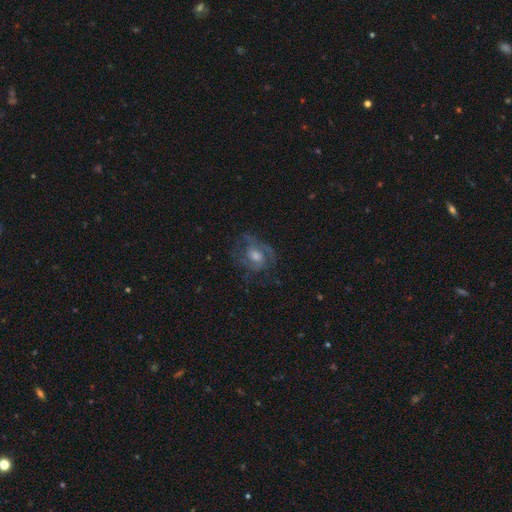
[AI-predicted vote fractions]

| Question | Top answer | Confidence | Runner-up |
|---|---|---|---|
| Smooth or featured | featured or disk | 67% | smooth (21%) |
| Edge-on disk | no | 96% | yes (4%) |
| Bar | no | 65% | weak (29%) |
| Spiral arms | yes | 77% | no (23%) |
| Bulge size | moderate | 57% | small (21%) |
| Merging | none | 60% | major disturbance (20%) |